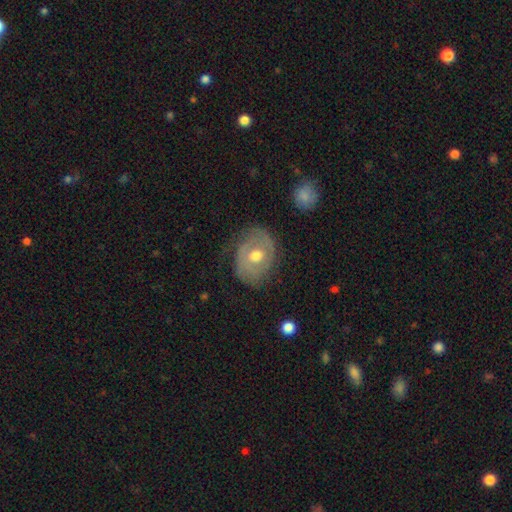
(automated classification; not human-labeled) smooth_or_featured: featured or disk (p=0.66) [alt: smooth p=0.26]
disk_edge_on: no (p=0.96) [alt: yes p=0.04]
bar: no (p=0.73) [alt: weak p=0.22]
has_spiral_arms: yes (p=0.66) [alt: no p=0.34]
bulge_size: moderate (p=0.79) [alt: small p=0.14]
merging: none (p=0.73) [alt: minor disturbance p=0.19]